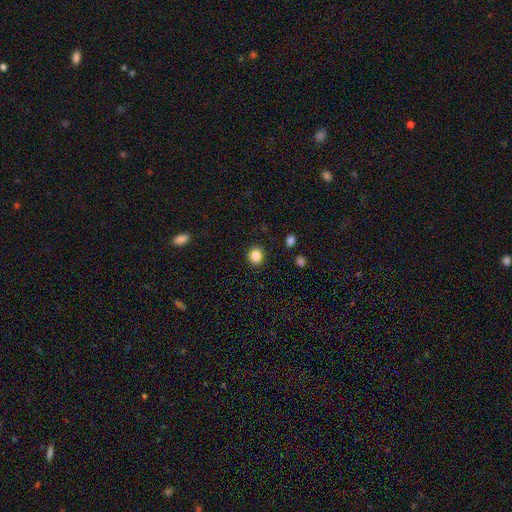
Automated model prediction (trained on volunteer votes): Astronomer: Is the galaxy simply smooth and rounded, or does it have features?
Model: smooth — 86%.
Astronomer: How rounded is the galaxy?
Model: round — 82%.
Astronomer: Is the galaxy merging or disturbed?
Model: none — 91%.